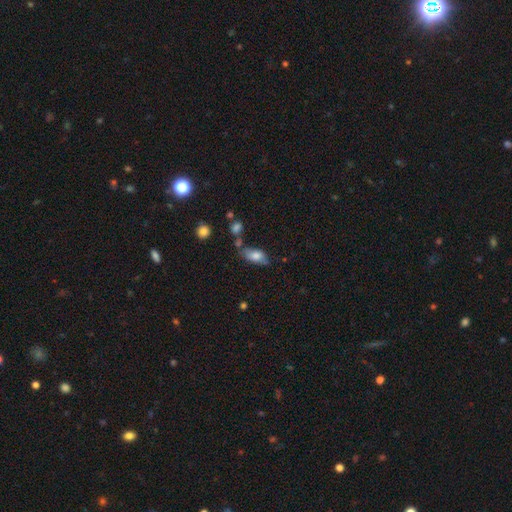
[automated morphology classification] Smooth or featured?
  - smooth: 76% *
  - featured or disk: 16%
  - star or artifact: 8%
How rounded?
  - in between: 88% *
  - cigar-shaped: 8%
  - round: 4%
Merging?
  - none: 58% *
  - minor disturbance: 24%
  - merger: 11%
  - major disturbance: 7%